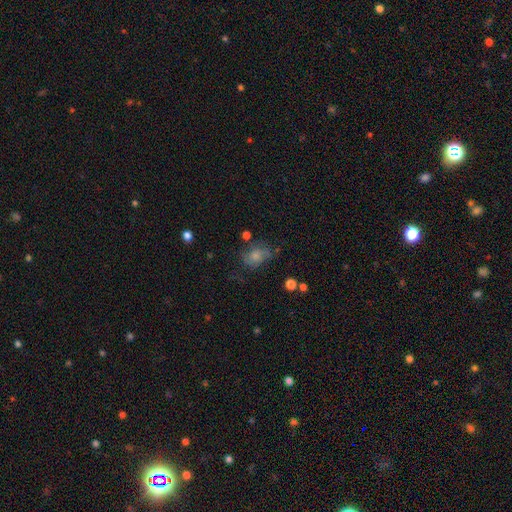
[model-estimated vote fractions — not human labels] The model was most divided on "merging": none: 46%, minor disturbance: 28%, major disturbance: 22%, merger: 5%. More confident: smooth or featured — smooth (63%); how rounded — in between (62%).